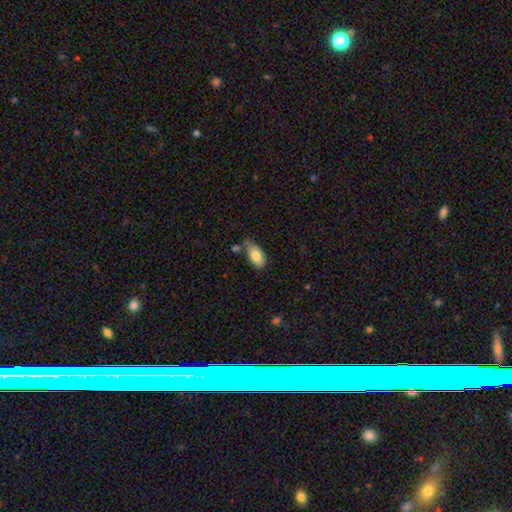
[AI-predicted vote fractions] smooth_or_featured: smooth (p=0.79) [alt: featured or disk p=0.14]
how_rounded: in between (p=0.92) [alt: cigar-shaped p=0.05]
merging: none (p=0.55) [alt: minor disturbance p=0.29]